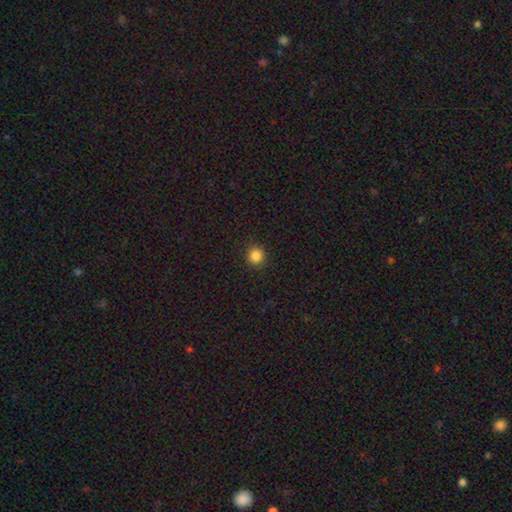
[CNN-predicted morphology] Overall: smooth (85%). How rounded: round (94%). Merging: none (92%).